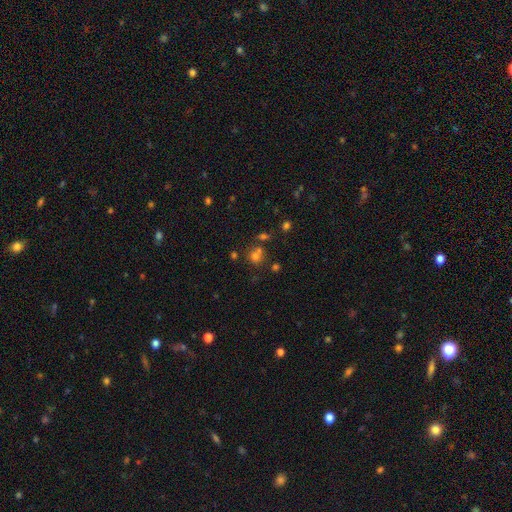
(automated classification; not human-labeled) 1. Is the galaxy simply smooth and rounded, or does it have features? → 64% smooth, 24% star or artifact, 12% featured or disk.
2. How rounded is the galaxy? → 86% round, 13% in between, 1% cigar-shaped.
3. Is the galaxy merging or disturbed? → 58% none, 29% merger, 9% minor disturbance, 4% major disturbance.